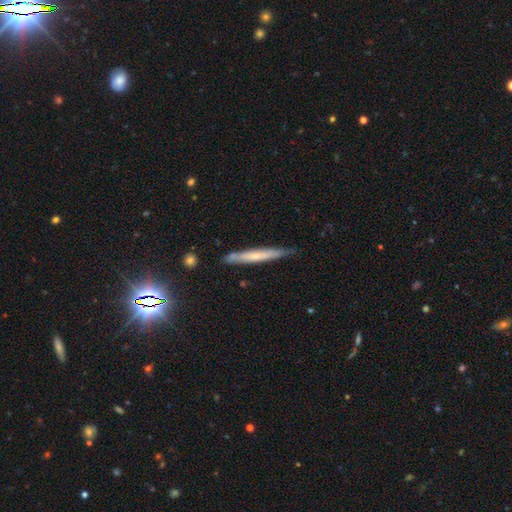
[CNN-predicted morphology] Smooth or featured? Predicted: smooth (p=0.47). Merging? Predicted: none (p=0.80).